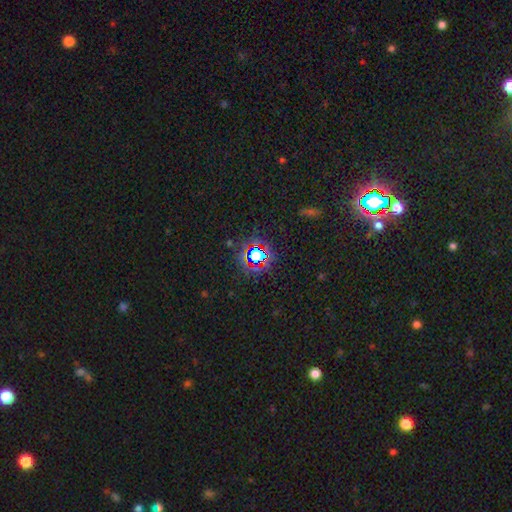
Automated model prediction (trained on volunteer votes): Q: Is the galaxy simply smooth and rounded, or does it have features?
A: star or artifact — 65%.